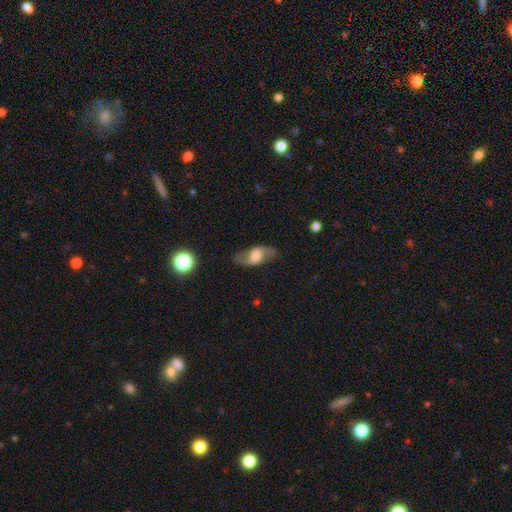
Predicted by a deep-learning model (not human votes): Morphology: type=featured or disk (66%); edge-on=no (87%); bar=weak (43%); spiral arms=yes (84%); bulge=large (43%); merging=none (77%).